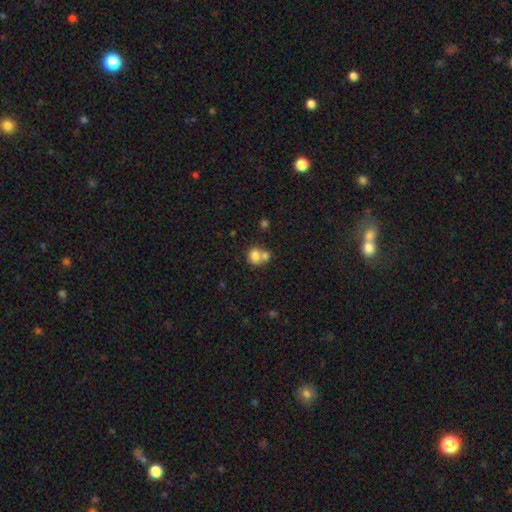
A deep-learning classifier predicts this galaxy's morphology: Smooth or featured? Predicted: smooth (p=0.77). How rounded? Predicted: round (p=0.78). Merging? Predicted: merger (p=0.52).